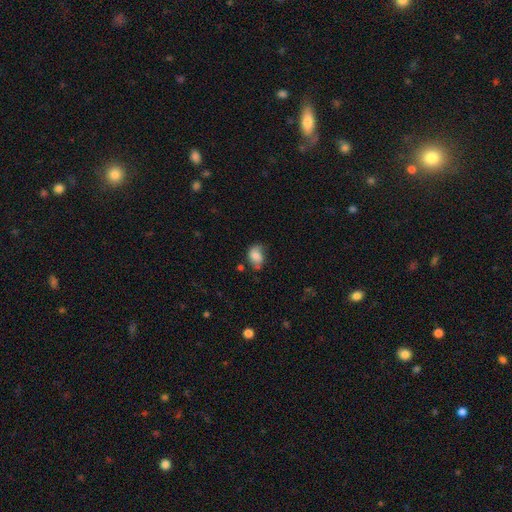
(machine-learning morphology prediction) Smooth or featured?
  - smooth: 72% *
  - featured or disk: 19%
  - star or artifact: 9%
How rounded?
  - in between: 79% *
  - round: 20%
  - cigar-shaped: 1%
Merging?
  - none: 48% *
  - minor disturbance: 36%
  - major disturbance: 13%
  - merger: 3%